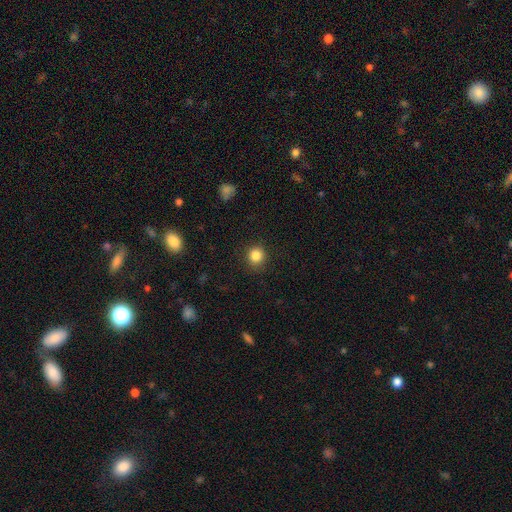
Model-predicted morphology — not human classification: This is clearly a smooth galaxy (85%). How rounded: clearly round (90%). Merging: clearly none (89%).